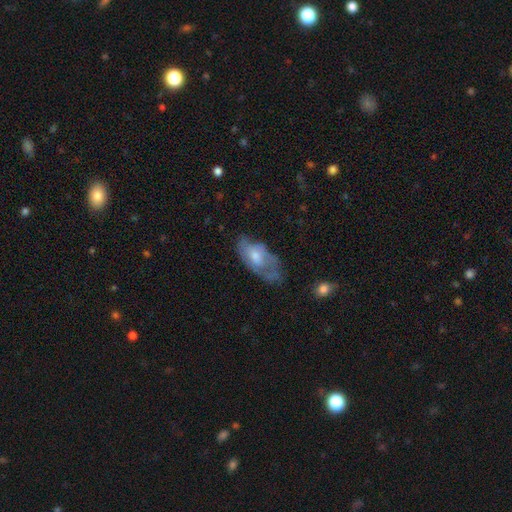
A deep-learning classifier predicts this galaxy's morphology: smooth-or-featured: smooth: 49% | featured or disk: 45% | star or artifact: 6%
  merging: none: 37% | minor disturbance: 34% | major disturbance: 26% | merger: 3%